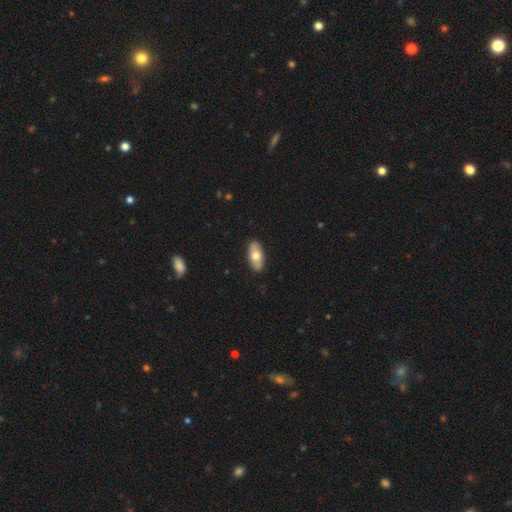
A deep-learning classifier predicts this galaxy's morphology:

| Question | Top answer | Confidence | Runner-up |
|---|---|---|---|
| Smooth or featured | smooth | 66% | featured or disk (29%) |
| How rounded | in between | 88% | cigar-shaped (9%) |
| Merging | none | 88% | minor disturbance (9%) |